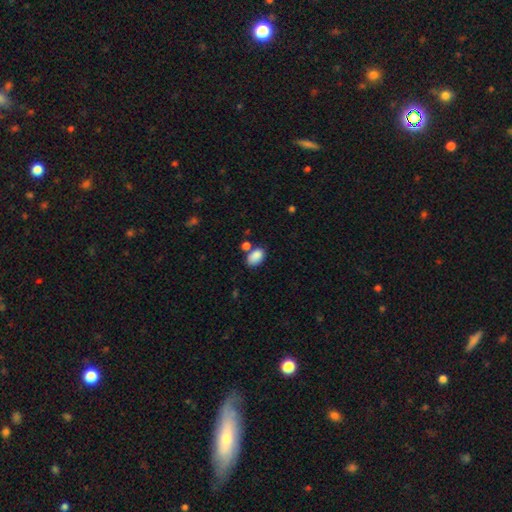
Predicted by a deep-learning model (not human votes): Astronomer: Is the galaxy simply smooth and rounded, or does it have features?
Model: smooth — 87%.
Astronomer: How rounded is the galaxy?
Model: in between — 89%.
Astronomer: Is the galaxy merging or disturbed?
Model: none — 59%.